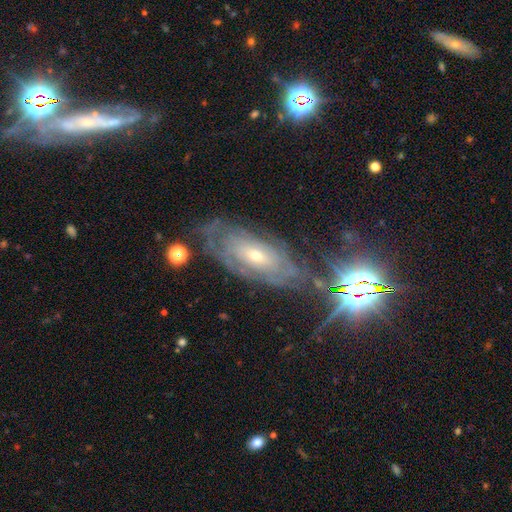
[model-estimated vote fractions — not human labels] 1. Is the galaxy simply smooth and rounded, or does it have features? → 75% featured or disk, 15% star or artifact, 11% smooth.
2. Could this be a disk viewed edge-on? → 89% no, 11% yes.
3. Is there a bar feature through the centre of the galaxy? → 65% no, 26% weak, 9% strong.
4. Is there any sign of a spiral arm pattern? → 88% yes, 12% no.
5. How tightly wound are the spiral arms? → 78% tight, 18% medium, 5% loose.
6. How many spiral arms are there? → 64% can't tell, 12% 2, 8% 3, 6% 4, 6% more than 4, 4% 1.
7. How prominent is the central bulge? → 63% small, 33% moderate, 1% large, 1% none, 1% dominant.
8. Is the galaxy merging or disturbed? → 71% none, 19% minor disturbance, 8% major disturbance, 2% merger.